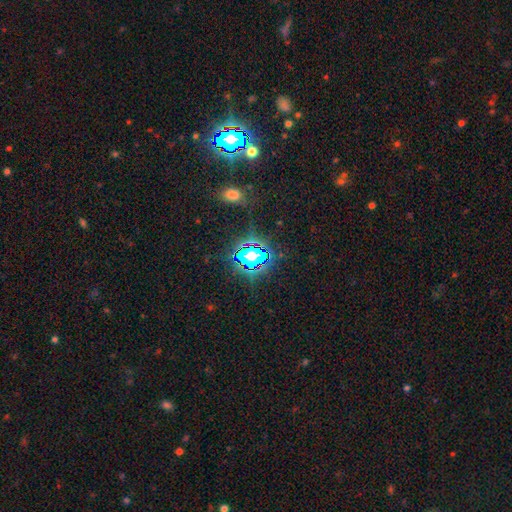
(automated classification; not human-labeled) Q: Smooth or featured?
A: star or artifact (79%); runner-up: smooth (13%)